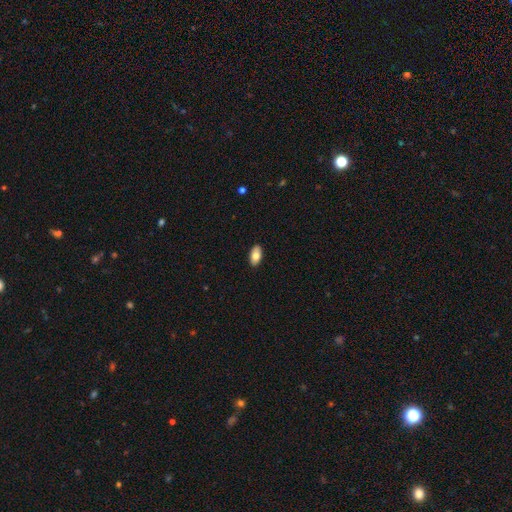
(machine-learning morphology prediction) Smooth or featured?
  - smooth: 77% *
  - featured or disk: 16%
  - star or artifact: 7%
How rounded?
  - in between: 94% *
  - round: 3%
  - cigar-shaped: 3%
Merging?
  - none: 89% *
  - minor disturbance: 9%
  - major disturbance: 2%
  - merger: 1%